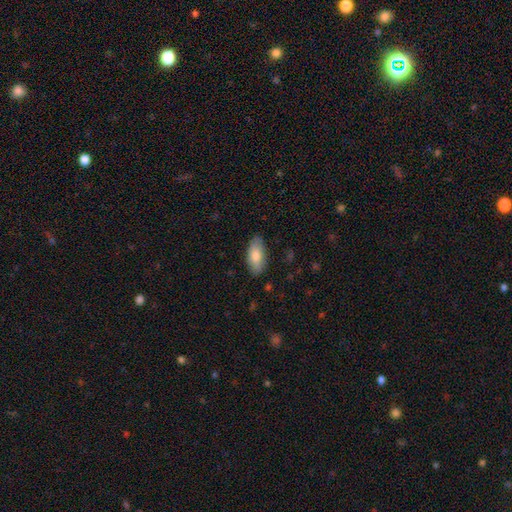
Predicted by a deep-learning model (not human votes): A smooth galaxy with no disk features (79%) that is in between round and cigar-shaped (87%).

Vote fractions:
- Smooth or featured? smooth: 79% / featured or disk: 15% / star or artifact: 6%
- How rounded? in between: 87% / cigar-shaped: 11% / round: 2%
- Merging? none: 84% / minor disturbance: 12% / major disturbance: 2% / merger: 1%